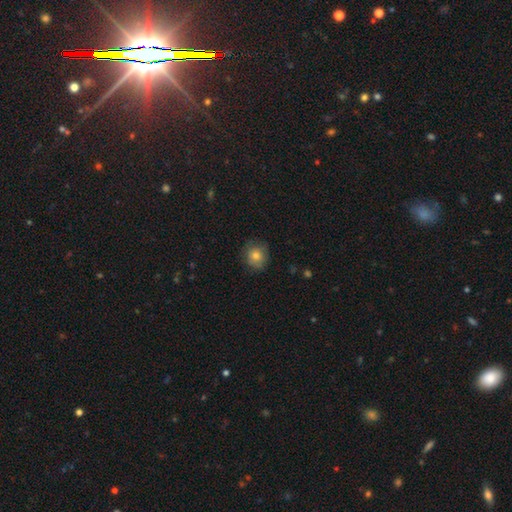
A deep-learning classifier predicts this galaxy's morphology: smooth-or-featured: smooth: 79% | featured or disk: 11% | star or artifact: 9%
  how-rounded: round: 83% | in between: 16% | cigar-shaped: 1%
  merging: none: 80% | minor disturbance: 16% | major disturbance: 4% | merger: 1%